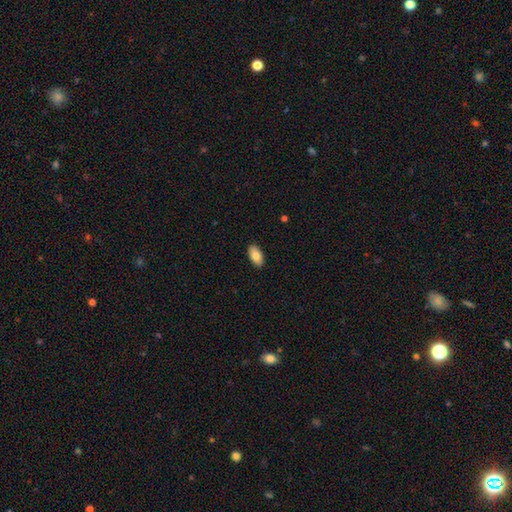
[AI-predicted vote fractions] A smooth galaxy with no disk features (82%) that is in between round and cigar-shaped (94%).

Vote fractions:
- Smooth or featured? smooth: 82% / featured or disk: 12% / star or artifact: 6%
- How rounded? in between: 94% / cigar-shaped: 3% / round: 3%
- Merging? none: 90% / minor disturbance: 8% / major disturbance: 2% / merger: 1%